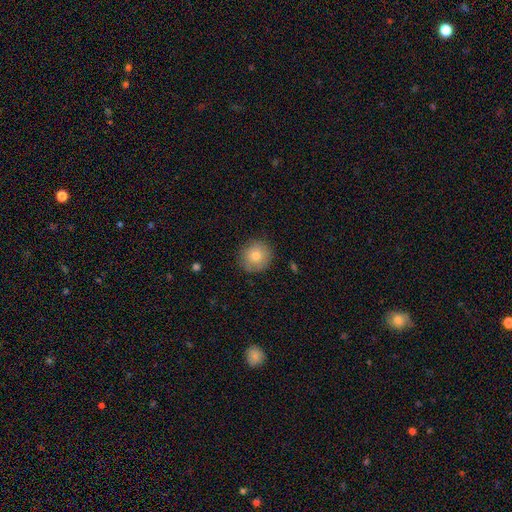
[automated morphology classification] This appears to be a smooth galaxy with no disk features (77%) that is round (92%). Merging: none (86%).